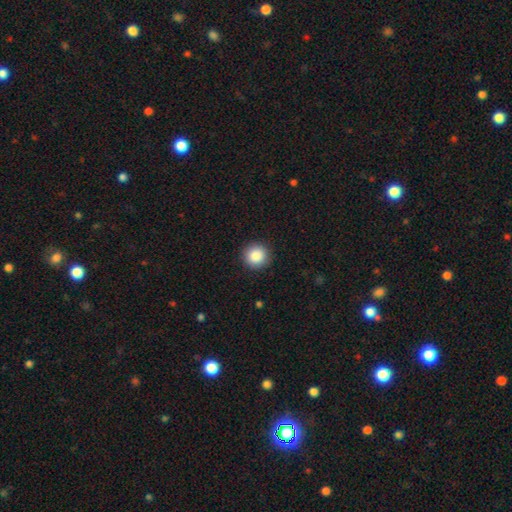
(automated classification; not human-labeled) Smooth or featured? smooth (87%)
How rounded? round (95%)
Merging? none (92%)